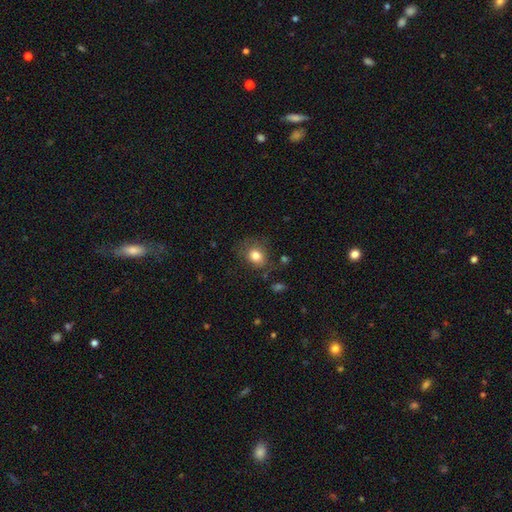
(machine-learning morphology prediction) Smooth or featured: smooth — 80% (star or artifact — 10%)
How rounded: round — 55% (in between — 44%)
Merging: none — 70% (minor disturbance — 20%)